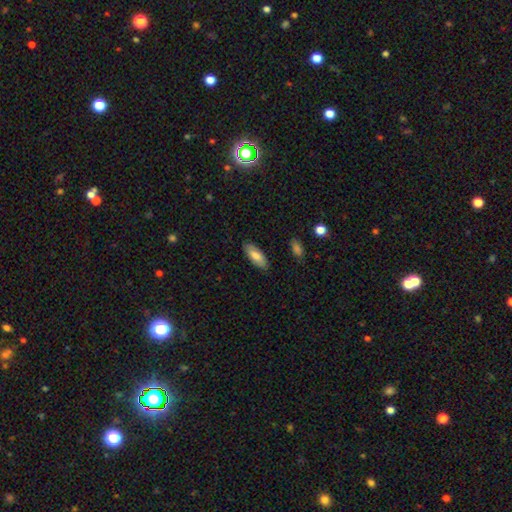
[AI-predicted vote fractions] This appears to be a smooth galaxy with no disk features (76%) that is in between round and cigar-shaped (78%). Merging: none (87%).